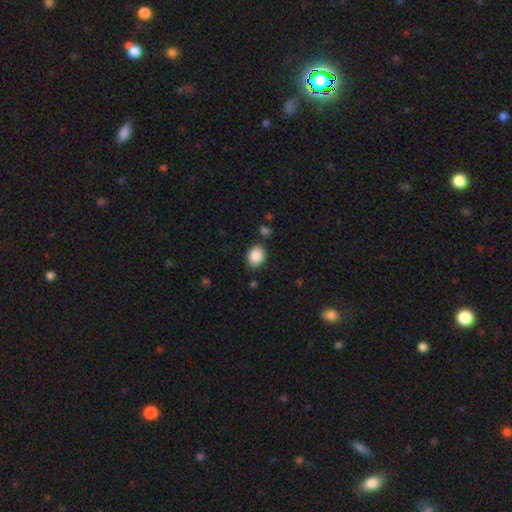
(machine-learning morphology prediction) A smooth galaxy with no disk features (88%) that is in between round and cigar-shaped (57%). Merging: none (83%).